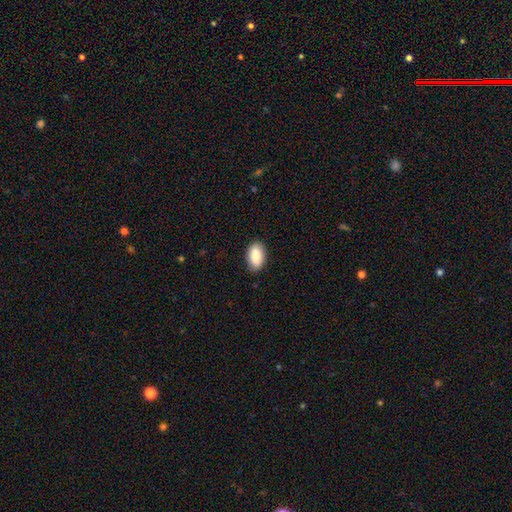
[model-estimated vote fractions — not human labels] smooth-or-featured: smooth: 87% | featured or disk: 6% | star or artifact: 6%
  how-rounded: in between: 93% | round: 5% | cigar-shaped: 2%
  merging: none: 86% | minor disturbance: 11% | major disturbance: 2% | merger: 1%